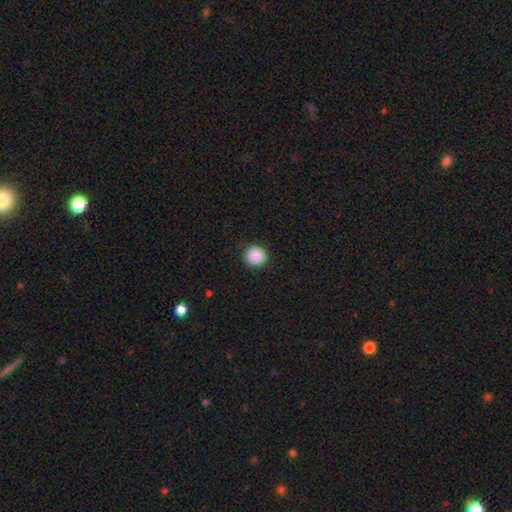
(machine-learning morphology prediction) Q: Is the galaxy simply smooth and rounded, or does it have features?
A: smooth — 89%.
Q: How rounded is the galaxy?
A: round — 92%.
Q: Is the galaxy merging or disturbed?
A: none — 89%.